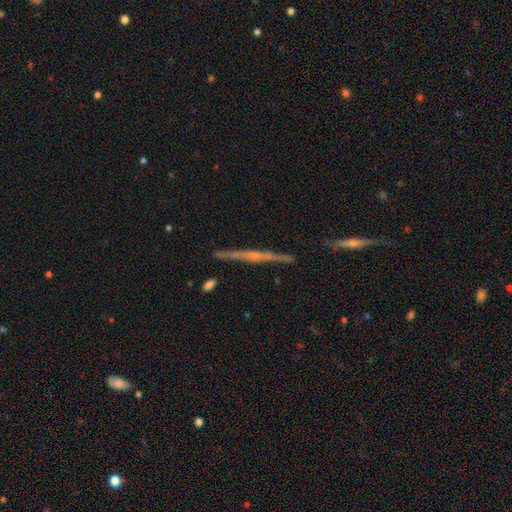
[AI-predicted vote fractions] Morphology: type=featured or disk (72%); edge-on=yes (97%); edge-on bulge=none (44%); merging=none (87%).